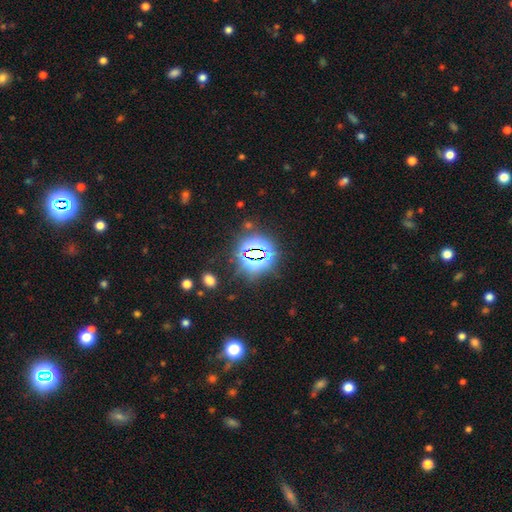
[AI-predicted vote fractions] The model was most divided on "smooth or featured": star or artifact: 76%, smooth: 16%, featured or disk: 8%.